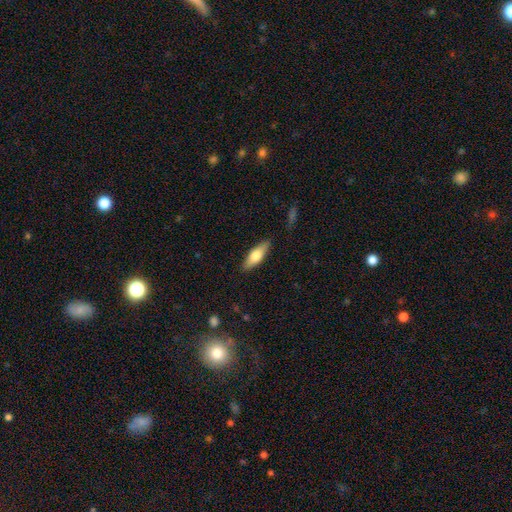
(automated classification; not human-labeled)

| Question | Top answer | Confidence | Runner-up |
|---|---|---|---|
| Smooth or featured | smooth | 67% | featured or disk (27%) |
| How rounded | in between | 60% | cigar-shaped (38%) |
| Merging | none | 87% | minor disturbance (10%) |